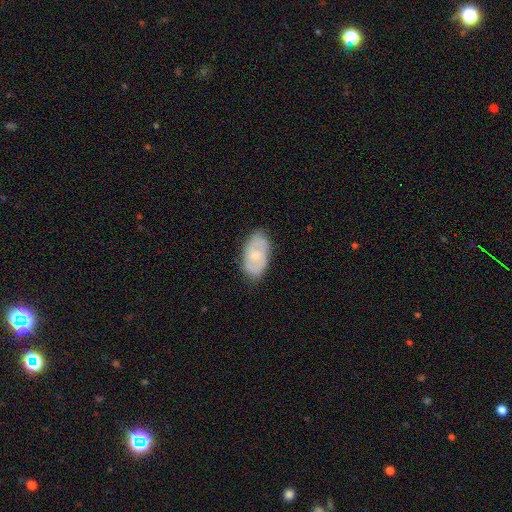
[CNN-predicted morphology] Q: Smooth or featured?
A: featured or disk (59%); runner-up: smooth (35%)
Q: Edge-on disk?
A: no (94%); runner-up: yes (6%)
Q: Bar?
A: no (67%); runner-up: weak (28%)
Q: Spiral arms?
A: yes (73%); runner-up: no (27%)
Q: Bulge size?
A: small (52%); runner-up: moderate (43%)
Q: Merging?
A: none (79%); runner-up: minor disturbance (16%)